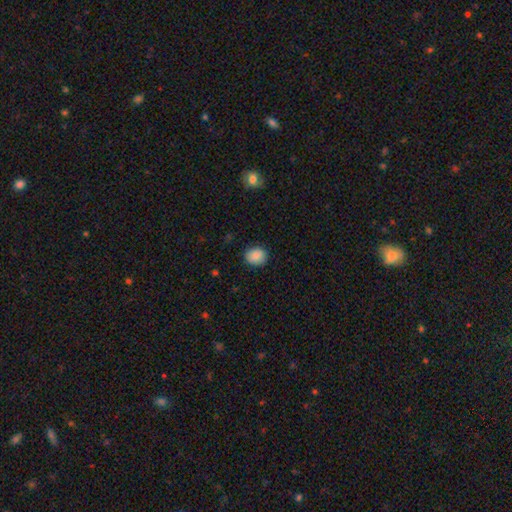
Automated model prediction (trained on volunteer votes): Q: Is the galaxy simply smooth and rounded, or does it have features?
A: smooth — 89%.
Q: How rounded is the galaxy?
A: round — 65%.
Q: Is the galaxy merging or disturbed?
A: none — 86%.